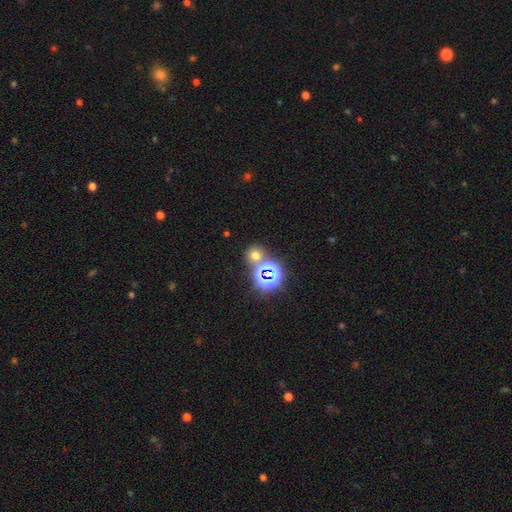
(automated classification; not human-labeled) smooth_or_featured: smooth (p=0.56) [alt: star or artifact p=0.36]
how_rounded: round (p=0.85) [alt: in between p=0.14]
merging: none (p=0.68) [alt: merger p=0.21]